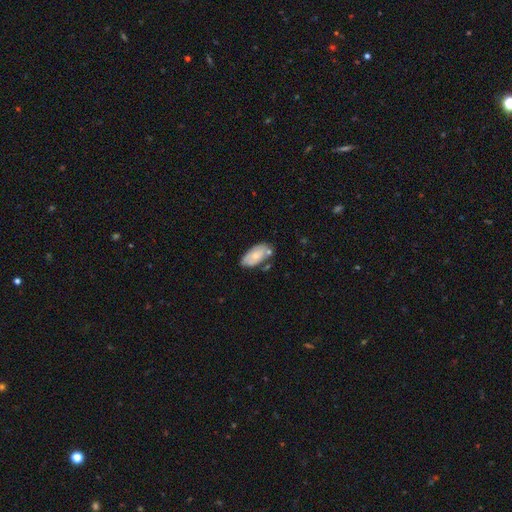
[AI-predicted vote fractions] smooth_or_featured: smooth (p=0.66) [alt: featured or disk p=0.28]
how_rounded: in between (p=0.92) [alt: cigar-shaped p=0.05]
merging: none (p=0.59) [alt: minor disturbance p=0.24]